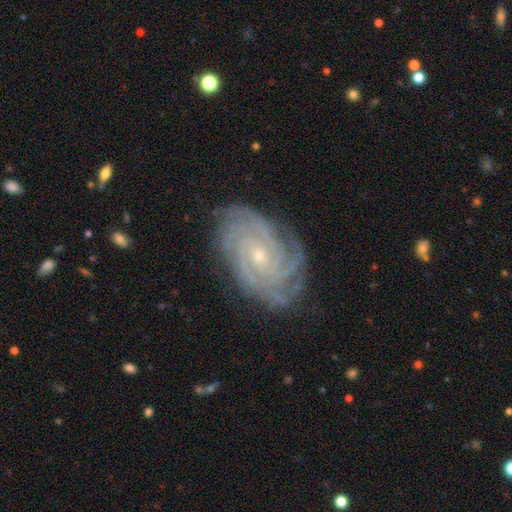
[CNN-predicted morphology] Smooth or featured: featured or disk — 87% (star or artifact — 6%)
Edge-on disk: no — 97% (yes — 3%)
Bar: no — 67% (weak — 26%)
Spiral arms: yes — 98% (no — 2%)
Spiral winding: tight — 80% (medium — 17%)
Spiral arm count: 4 — 29% (can't tell — 21%)
Bulge size: small — 70% (moderate — 26%)
Merging: none — 82% (minor disturbance — 13%)